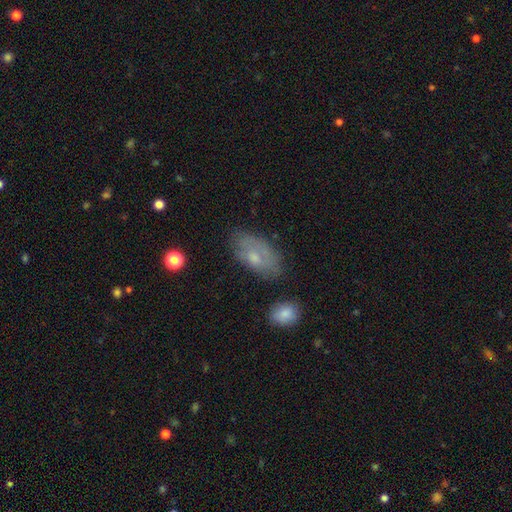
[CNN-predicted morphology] smooth-or-featured: smooth: 55% | featured or disk: 36% | star or artifact: 8%
  how-rounded: in between: 91% | round: 6% | cigar-shaped: 3%
  merging: none: 64% | minor disturbance: 24% | major disturbance: 8% | merger: 3%